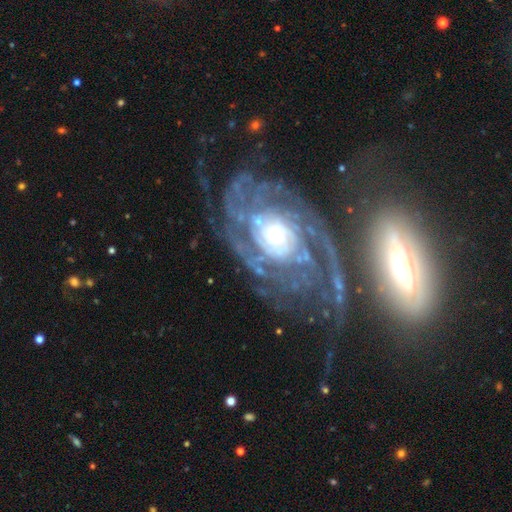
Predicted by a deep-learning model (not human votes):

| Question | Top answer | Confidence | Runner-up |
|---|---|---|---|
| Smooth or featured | featured or disk | 89% | star or artifact (6%) |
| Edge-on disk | no | 97% | yes (3%) |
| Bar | no | 74% | weak (17%) |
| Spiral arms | yes | 96% | no (4%) |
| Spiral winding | tight | 63% | medium (27%) |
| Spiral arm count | can't tell | 28% | 2 (26%) |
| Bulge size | moderate | 43% | small (38%) |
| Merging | none | 58% | major disturbance (20%) |